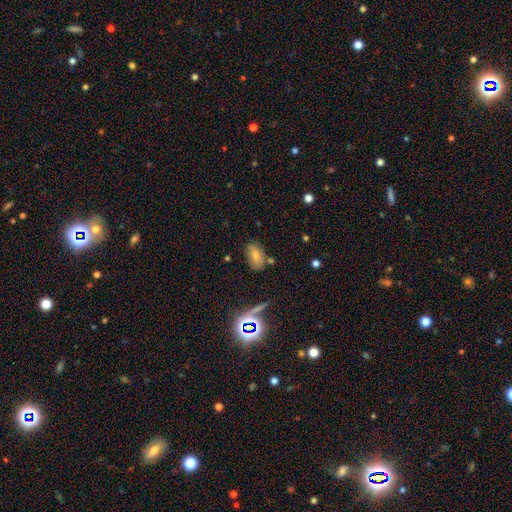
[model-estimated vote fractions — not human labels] Smooth or featured? Predicted: smooth (p=0.71). How rounded? Predicted: in between (p=0.89). Merging? Predicted: none (p=0.74).